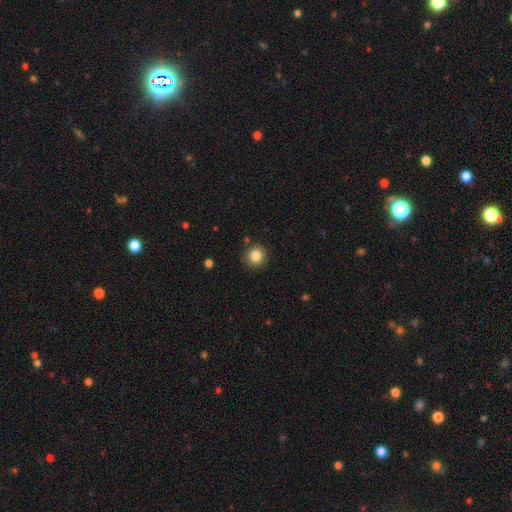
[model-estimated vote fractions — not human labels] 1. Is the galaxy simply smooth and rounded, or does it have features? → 85% smooth, 10% star or artifact, 5% featured or disk.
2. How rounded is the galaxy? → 92% round, 7% in between, 1% cigar-shaped.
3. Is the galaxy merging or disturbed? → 89% none, 8% minor disturbance, 2% major disturbance, 2% merger.